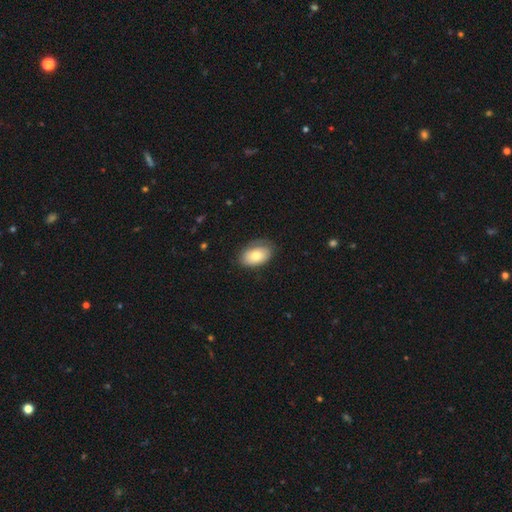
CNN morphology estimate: This is likely a smooth galaxy (69%). How rounded: clearly in between (90%). Merging: likely none (65%).